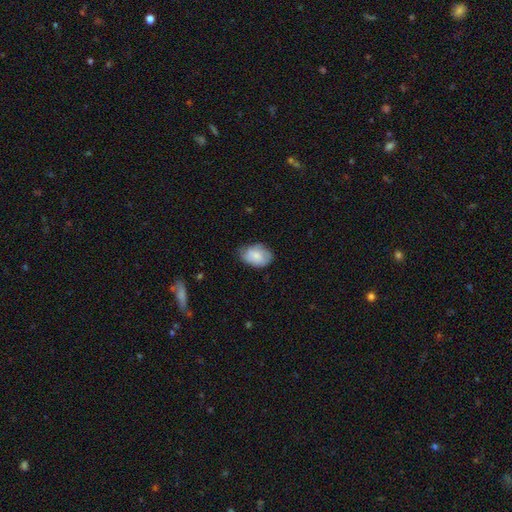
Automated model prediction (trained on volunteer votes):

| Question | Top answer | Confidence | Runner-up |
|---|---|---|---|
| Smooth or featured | smooth | 73% | featured or disk (20%) |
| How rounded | in between | 83% | round (16%) |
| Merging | none | 60% | minor disturbance (32%) |